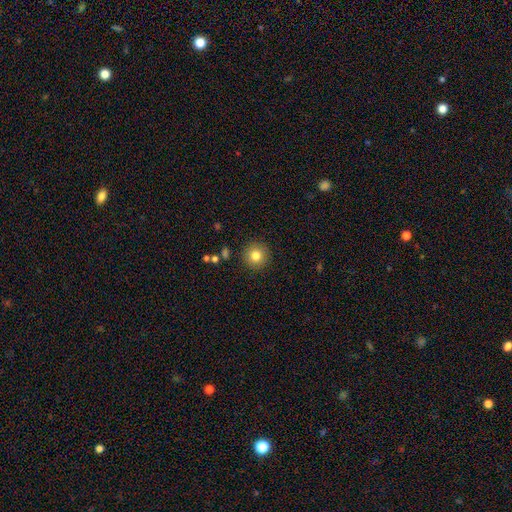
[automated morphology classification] smooth 81%, star or artifact 11%, featured or disk 8%. Down the decision tree: how rounded — round (95%); merging — none (91%).